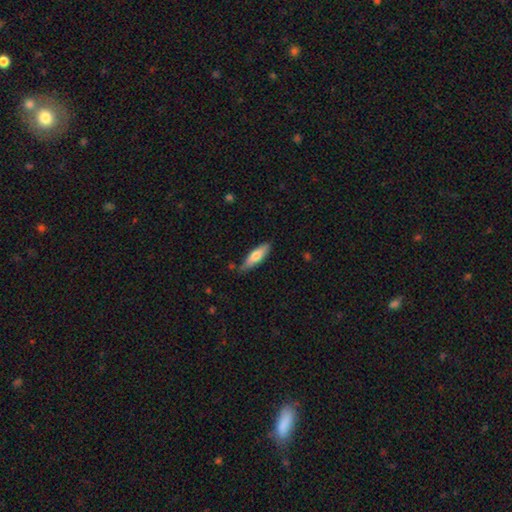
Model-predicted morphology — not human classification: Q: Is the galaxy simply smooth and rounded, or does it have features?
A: smooth — 68%.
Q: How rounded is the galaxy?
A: cigar-shaped — 56%.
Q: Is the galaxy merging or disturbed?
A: none — 79%.